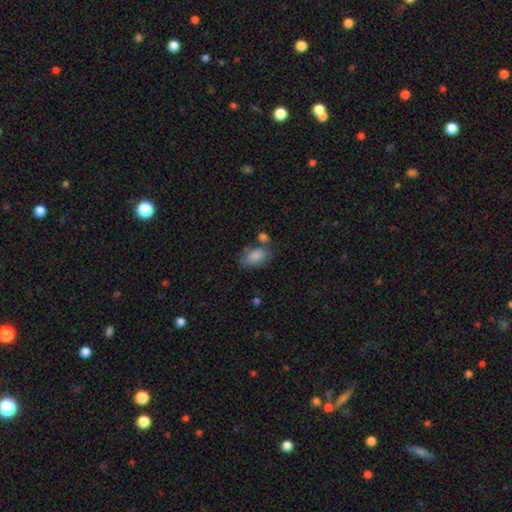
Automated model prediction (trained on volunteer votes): Smooth or featured? Predicted: smooth (p=0.86). How rounded? Predicted: in between (p=0.90). Merging? Predicted: none (p=0.57).